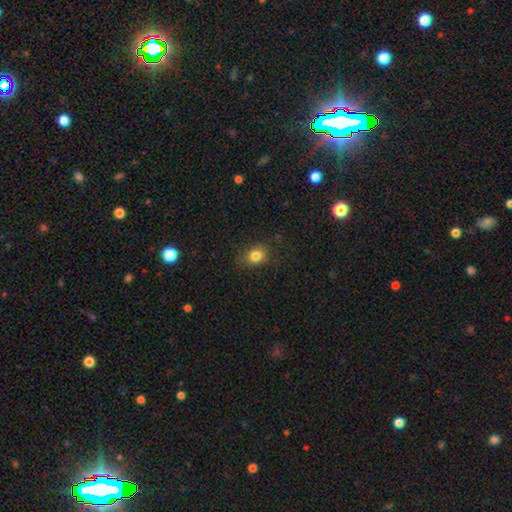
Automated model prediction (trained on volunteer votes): Smooth or featured? smooth (82%)
How rounded? round (55%)
Merging? none (79%)